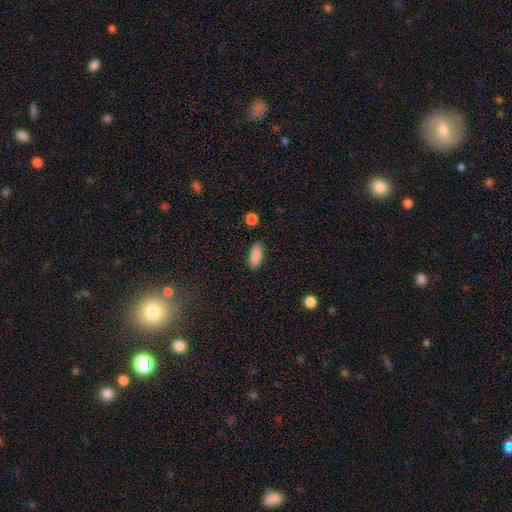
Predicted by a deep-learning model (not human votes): Smooth or featured? smooth (87%)
How rounded? in between (74%)
Merging? none (83%)